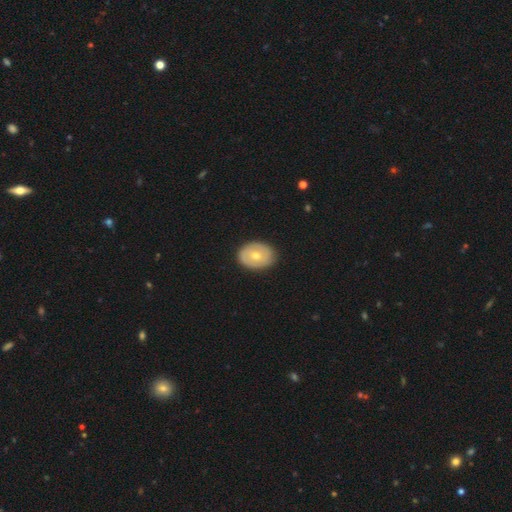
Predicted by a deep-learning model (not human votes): Q: Smooth or featured?
A: smooth (53%); runner-up: featured or disk (41%)
Q: How rounded?
A: in between (62%); runner-up: round (37%)
Q: Merging?
A: none (86%); runner-up: minor disturbance (10%)